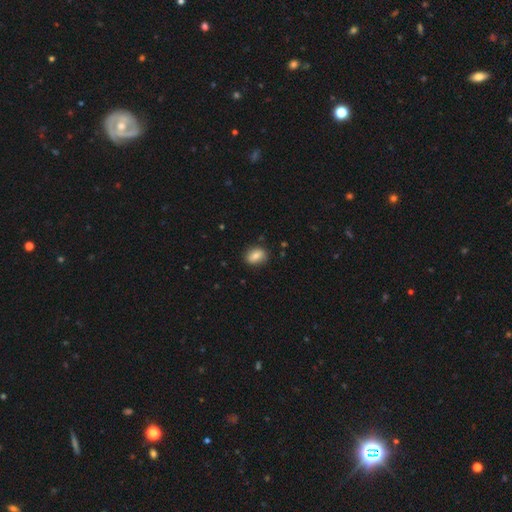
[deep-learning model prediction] Smooth or featured? Predicted: smooth (p=0.80). How rounded? Predicted: in between (p=0.72). Merging? Predicted: none (p=0.83).